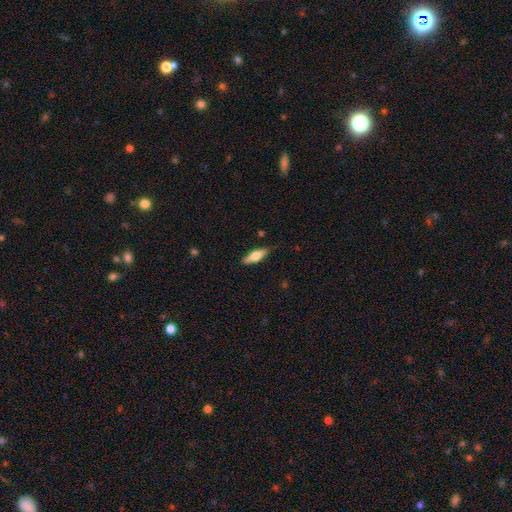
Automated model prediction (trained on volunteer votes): Morphology: type=smooth (57%); roundness=in between (51%); merging=none (84%).